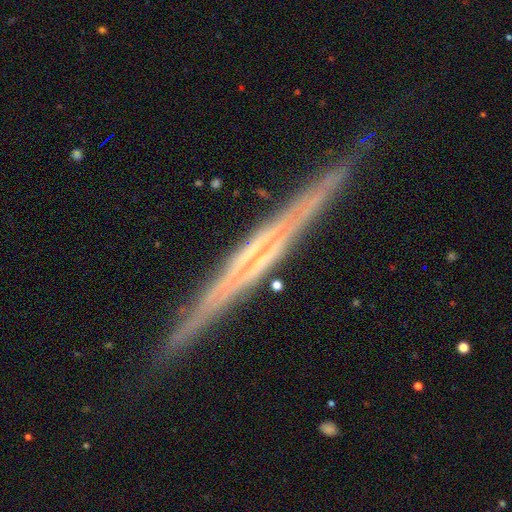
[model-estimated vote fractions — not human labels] Smooth or featured? featured or disk (81%)
Edge-on disk? yes (97%)
Edge-on bulge? none (55%)
Merging? none (88%)